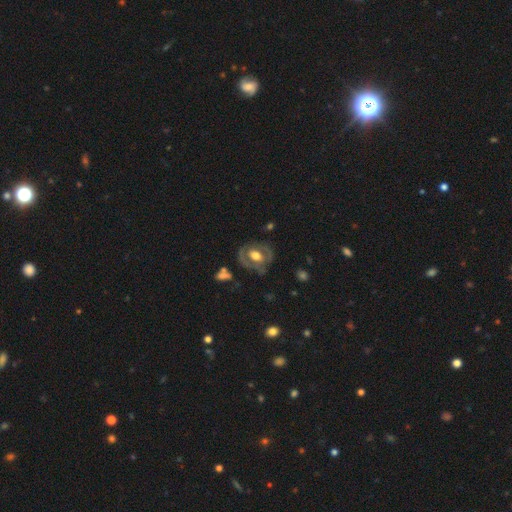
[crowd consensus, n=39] Smooth or featured? 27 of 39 (69%) said featured or disk. Edge-on disk? 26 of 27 (96%) said no. Bar? 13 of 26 (50%) said no. Spiral arms? 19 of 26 (73%) said no. Bulge size? 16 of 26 (62%) said moderate. Merging? 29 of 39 (74%) said none.